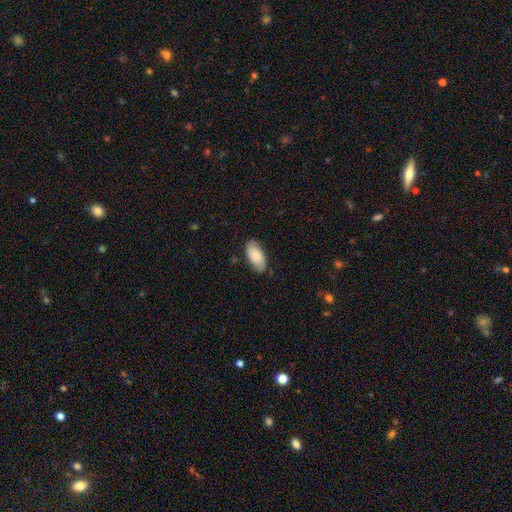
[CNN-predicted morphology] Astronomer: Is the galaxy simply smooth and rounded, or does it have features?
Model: smooth — 74%.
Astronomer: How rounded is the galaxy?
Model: in between — 95%.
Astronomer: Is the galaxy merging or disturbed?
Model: none — 81%.